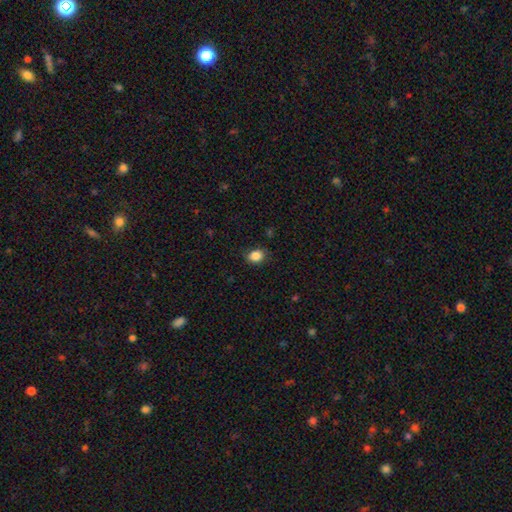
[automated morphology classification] This is clearly a smooth galaxy (87%). How rounded: possibly in between (53%). Merging: clearly none (82%).